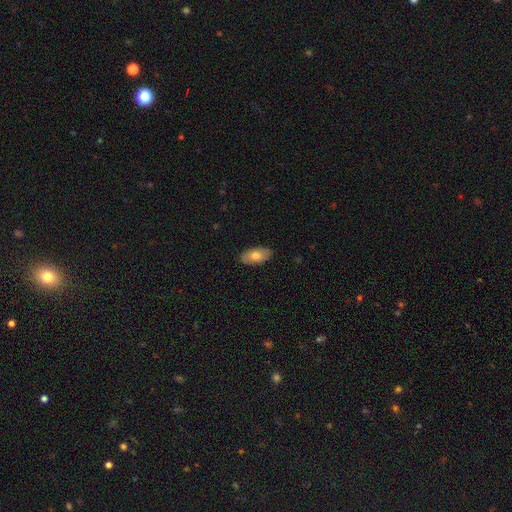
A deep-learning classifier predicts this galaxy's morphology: Smooth or featured? smooth (75%)
How rounded? in between (93%)
Merging? none (88%)